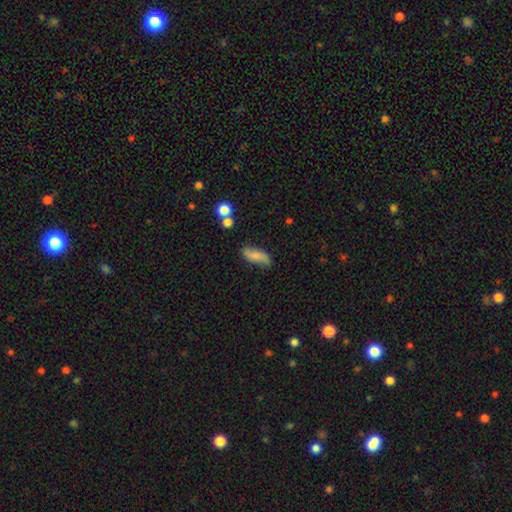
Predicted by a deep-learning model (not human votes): Overall: smooth (64%; featured or disk 28%). How rounded: in between (64%; cigar-shaped 31%). Merging: none (71%).